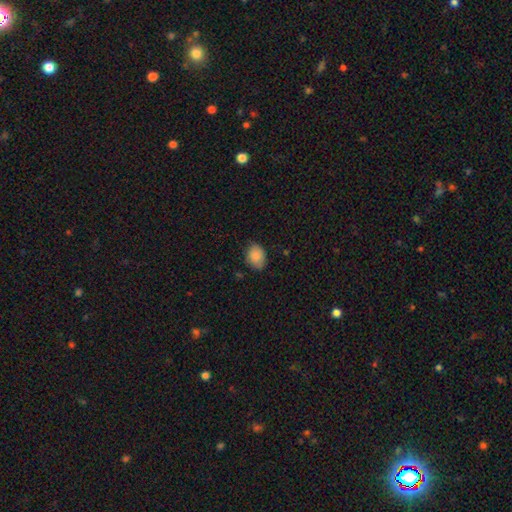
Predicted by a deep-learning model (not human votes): Overall: smooth (87%). How rounded: in between (66%; round 33%). Merging: none (74%).